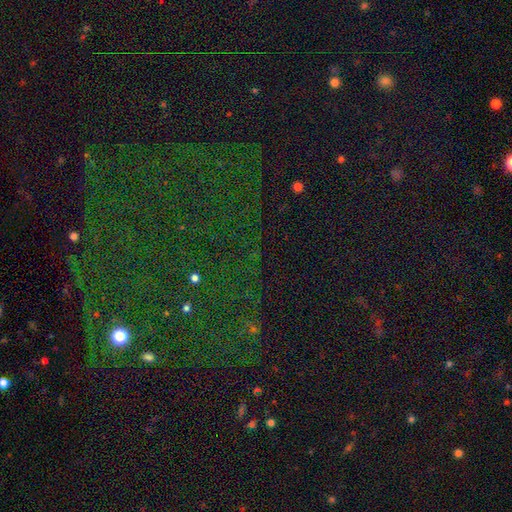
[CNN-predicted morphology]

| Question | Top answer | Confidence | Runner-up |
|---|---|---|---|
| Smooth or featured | star or artifact | 80% | smooth (12%) |